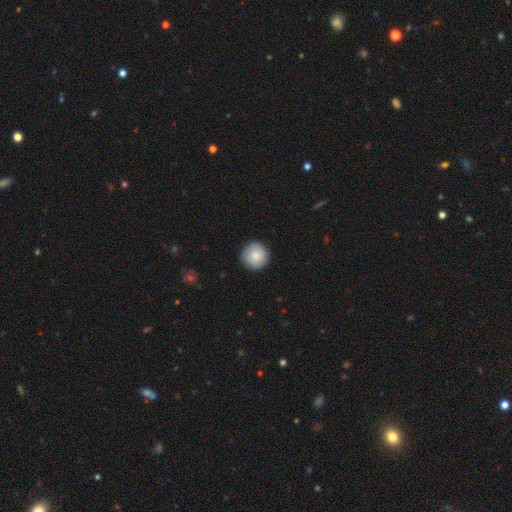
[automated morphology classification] This is clearly a smooth galaxy (81%). How rounded: clearly round (96%). Merging: clearly none (89%).